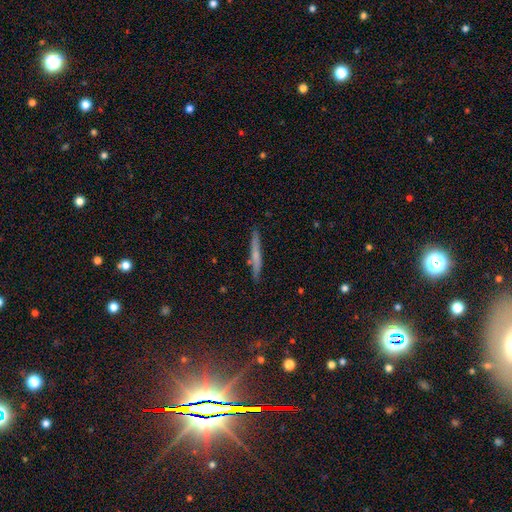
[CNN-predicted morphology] smooth-or-featured: smooth: 50% | featured or disk: 41% | star or artifact: 9%
  merging: none: 85% | minor disturbance: 11% | major disturbance: 2% | merger: 2%